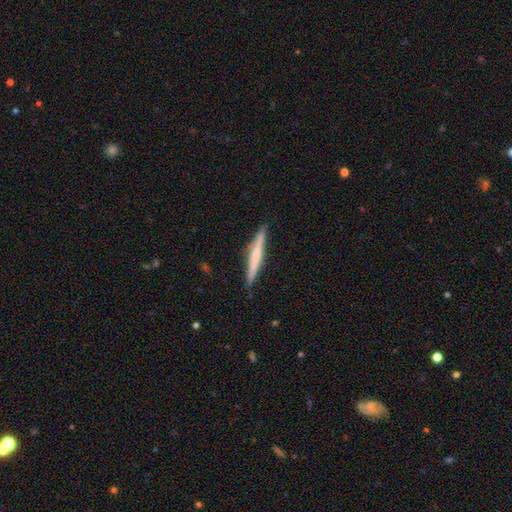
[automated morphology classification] The model was most divided on "smooth or featured": featured or disk: 48%, smooth: 46%, star or artifact: 6%. More confident: merging — none (89%).